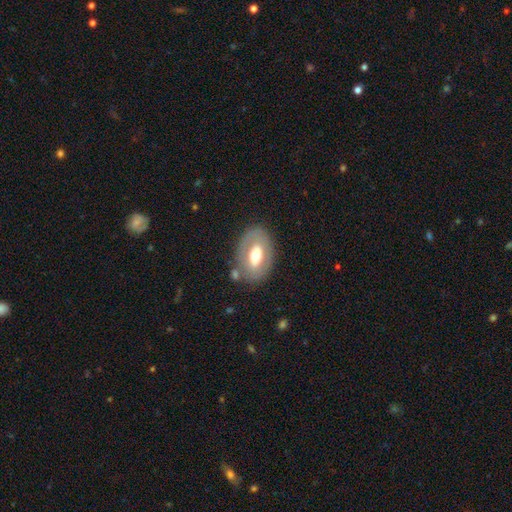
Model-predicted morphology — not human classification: smooth 49%, featured or disk 44%, star or artifact 6%. Down the decision tree: merging — none (75%).